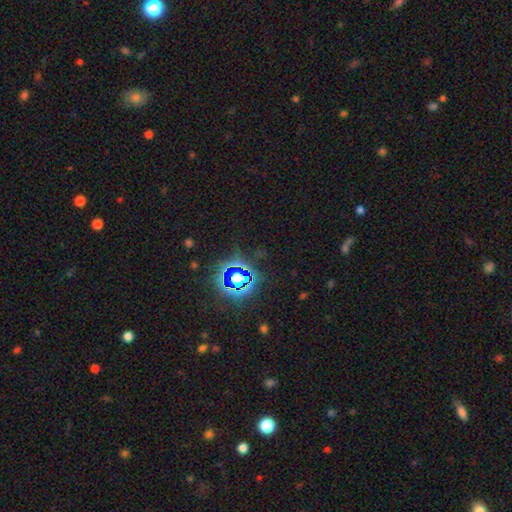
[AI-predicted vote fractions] Morphology: type=star or artifact (78%).